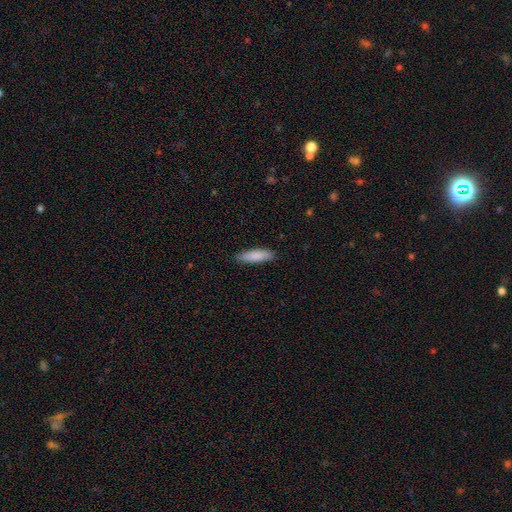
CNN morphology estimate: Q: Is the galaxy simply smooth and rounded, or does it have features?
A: smooth — 87%.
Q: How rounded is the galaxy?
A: cigar-shaped — 58%.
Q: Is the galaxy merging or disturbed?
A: none — 88%.